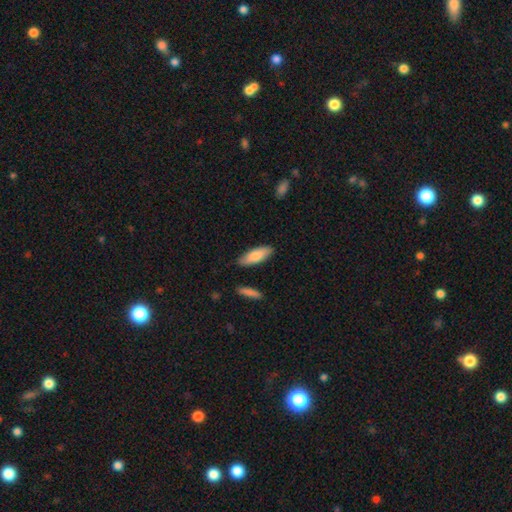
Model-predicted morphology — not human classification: This appears to be a smooth galaxy with no disk features (80%) that is in between round and cigar-shaped (58%). Merging: none (86%).